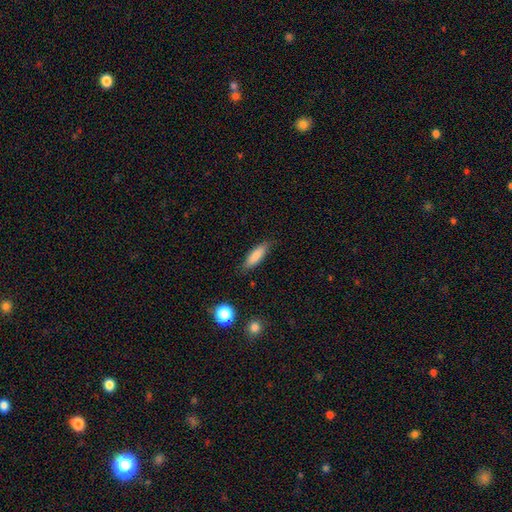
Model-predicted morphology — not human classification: Smooth or featured? smooth (84%)
How rounded? cigar-shaped (54%)
Merging? none (82%)